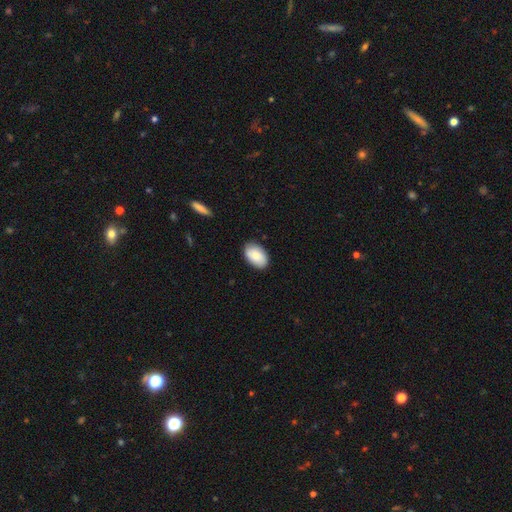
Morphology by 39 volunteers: A smooth galaxy with no disk features (87%) that is in between round and cigar-shaped (91%).

Vote fractions:
- Smooth or featured? smooth: 87% / featured or disk: 8% / star or artifact: 5%
- How rounded? in between: 91% / round: 9% / cigar-shaped: 0%
- Merging? none: 84% / minor disturbance: 11% / merger: 5% / major disturbance: 0%